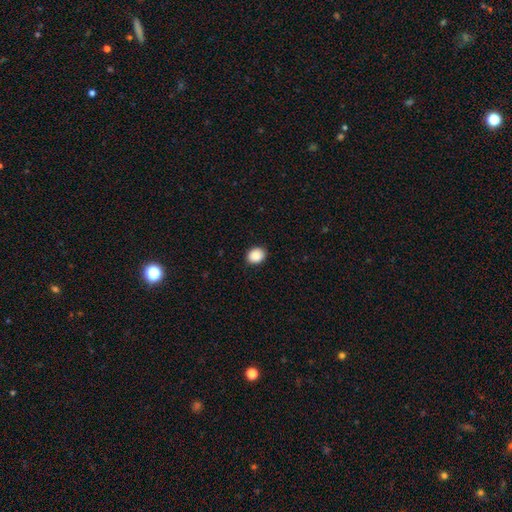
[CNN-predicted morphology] smooth_or_featured: smooth (p=0.89) [alt: star or artifact p=0.08]
how_rounded: in between (p=0.53) [alt: round p=0.46]
merging: none (p=0.90) [alt: minor disturbance p=0.07]